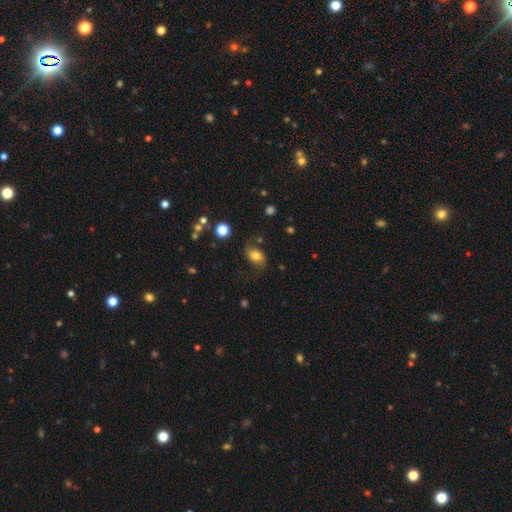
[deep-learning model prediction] Overall: smooth (57%; featured or disk 32%). How rounded: in between (72%). Merging: none (66%).